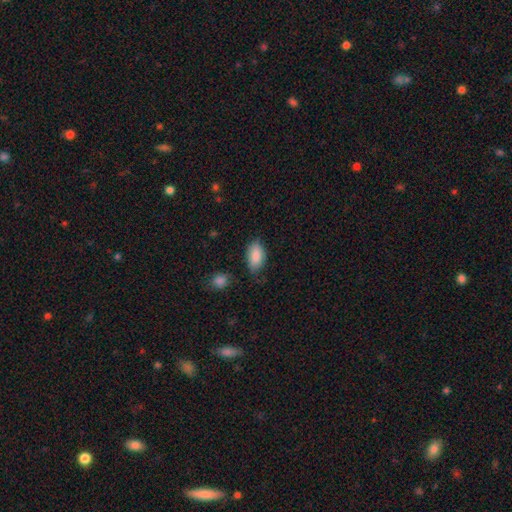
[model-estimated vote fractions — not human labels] This appears to be a smooth galaxy with no disk features (87%) that is in between round and cigar-shaped (93%). Merging: none (71%).